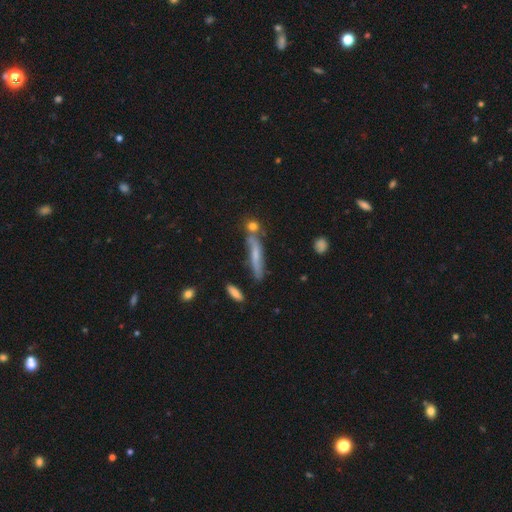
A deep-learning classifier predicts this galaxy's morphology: Smooth or featured: smooth — 53% (featured or disk — 39%)
How rounded: cigar-shaped — 85% (in between — 12%)
Merging: none — 62% (minor disturbance — 19%)